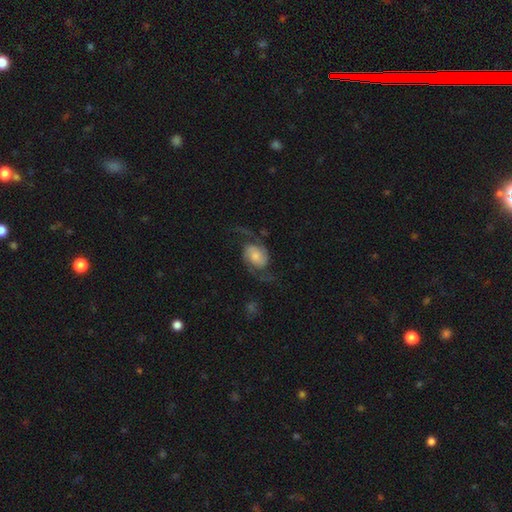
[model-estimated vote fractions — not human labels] This appears to be a featured or disk galaxy (81%) with no bar (62%), 2 (93%) loose (60%) spiral arms (96%) and a small central bulge (42%). Merging: none (62%).